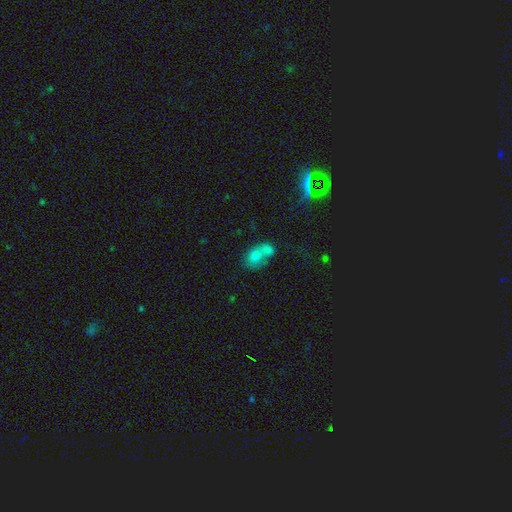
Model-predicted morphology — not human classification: A smooth galaxy with no disk features (69%) that is in between round and cigar-shaped (61%). Merging: merger (67%).